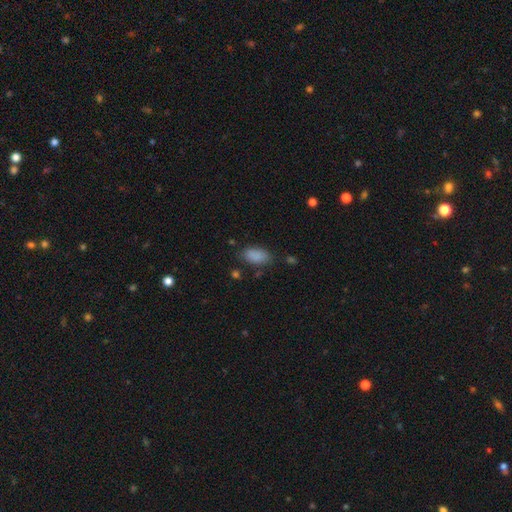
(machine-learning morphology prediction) smooth-or-featured: smooth: 87% | star or artifact: 8% | featured or disk: 4%
  how-rounded: in between: 92% | round: 4% | cigar-shaped: 4%
  merging: none: 76% | minor disturbance: 16% | major disturbance: 5% | merger: 3%